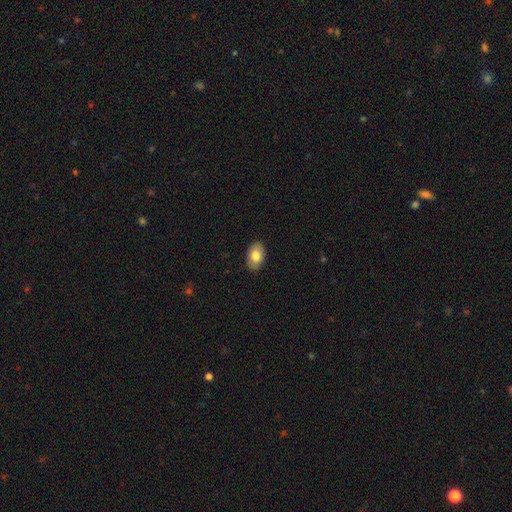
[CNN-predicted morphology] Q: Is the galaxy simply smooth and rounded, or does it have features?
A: smooth — 81%.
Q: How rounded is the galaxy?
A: in between — 90%.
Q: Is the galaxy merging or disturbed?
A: none — 88%.